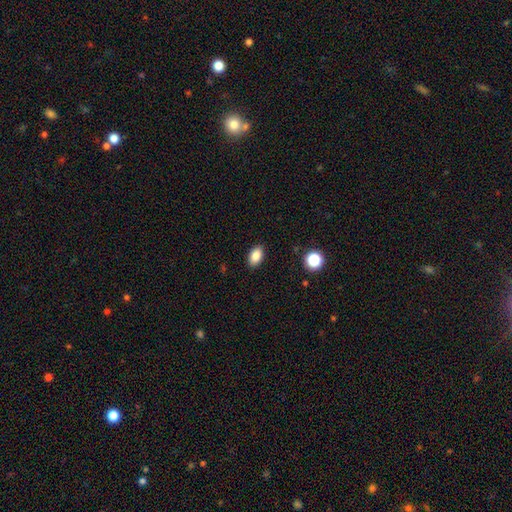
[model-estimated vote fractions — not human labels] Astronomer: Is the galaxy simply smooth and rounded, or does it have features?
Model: smooth — 86%.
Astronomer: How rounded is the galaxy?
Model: in between — 90%.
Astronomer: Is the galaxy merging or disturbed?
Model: none — 89%.